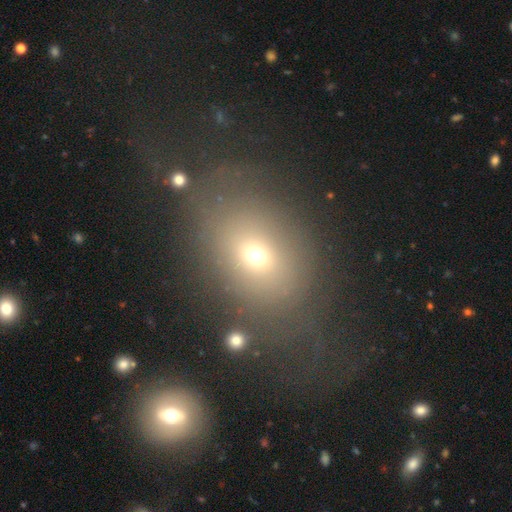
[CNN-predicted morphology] A smooth galaxy with no disk features (59%) that is in between round and cigar-shaped (58%).

Vote fractions:
- Smooth or featured? smooth: 59% / featured or disk: 22% / star or artifact: 18%
- How rounded? in between: 58% / round: 40% / cigar-shaped: 2%
- Merging? none: 49% / major disturbance: 27% / minor disturbance: 16% / merger: 8%